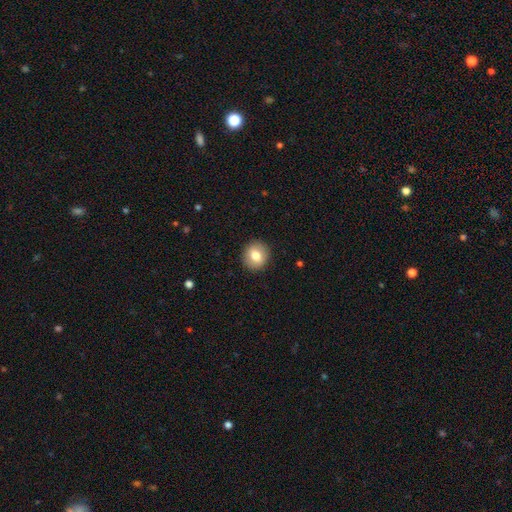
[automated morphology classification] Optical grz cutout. It shows a smooth galaxy with no disk features (78%) that is round (87%). Merging: none (92%).